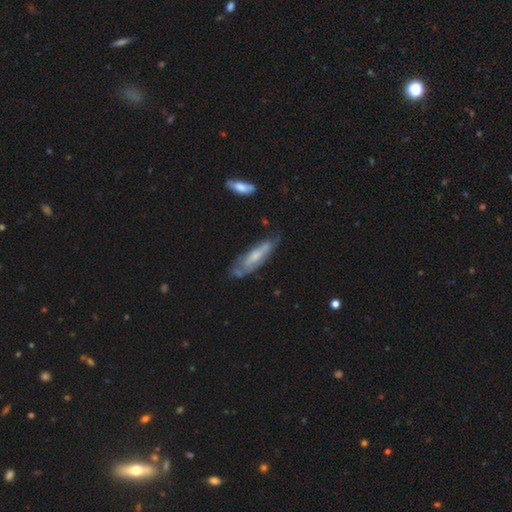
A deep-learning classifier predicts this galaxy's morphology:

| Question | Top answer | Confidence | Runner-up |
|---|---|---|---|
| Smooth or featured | featured or disk | 50% | smooth (44%) |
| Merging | none | 53% | minor disturbance (31%) |